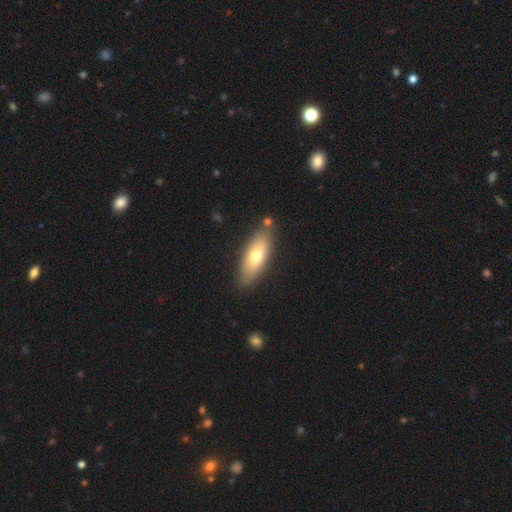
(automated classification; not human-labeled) The model was most divided on "how rounded": in between: 67%, cigar-shaped: 31%, round: 2%. More confident: merging — none (80%); smooth or featured — smooth (67%).